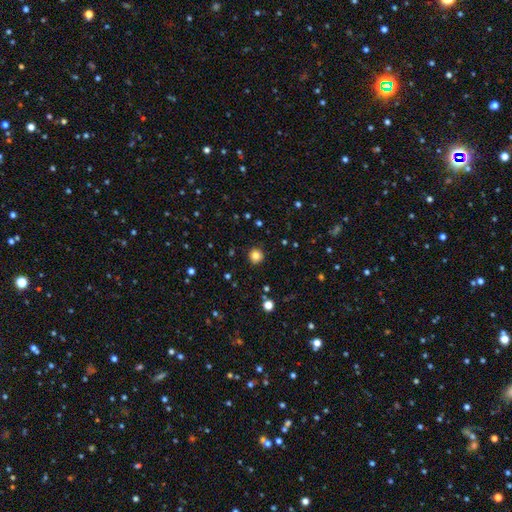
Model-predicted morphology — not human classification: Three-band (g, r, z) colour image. It shows a smooth galaxy with no disk features (82%) that is round (94%). Merging: none (92%).